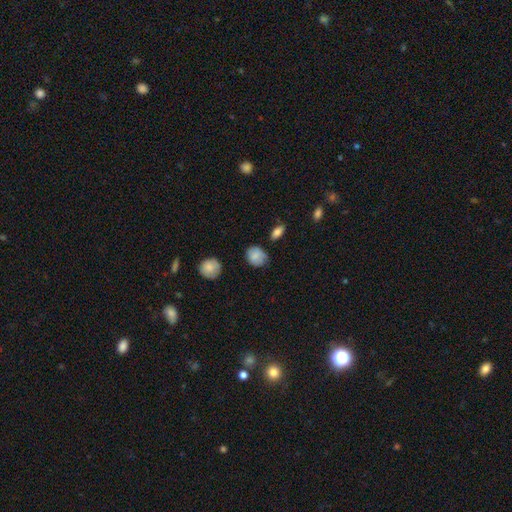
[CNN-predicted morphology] Smooth or featured?
  - smooth: 83% *
  - featured or disk: 10%
  - star or artifact: 8%
How rounded?
  - round: 61% *
  - in between: 37%
  - cigar-shaped: 1%
Merging?
  - none: 69% *
  - minor disturbance: 24%
  - major disturbance: 5%
  - merger: 3%